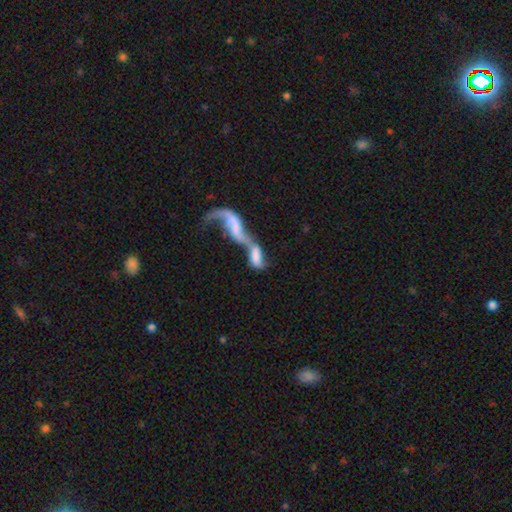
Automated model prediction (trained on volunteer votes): smooth_or_featured: featured or disk (p=0.48) [alt: smooth p=0.44]
merging: merger (p=0.80) [alt: major disturbance p=0.10]